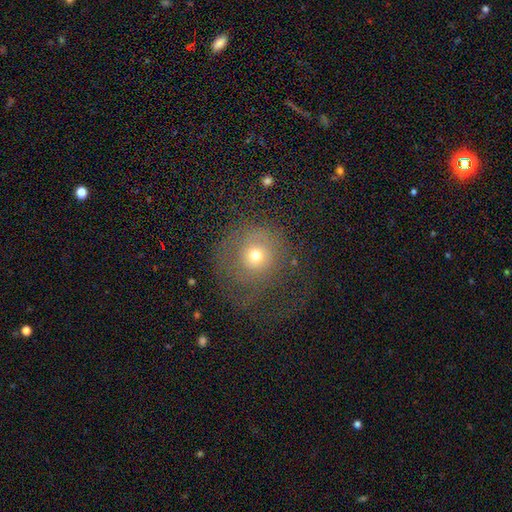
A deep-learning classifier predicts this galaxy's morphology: type=smooth (55%); roundness=round (85%); merging=none (49%).